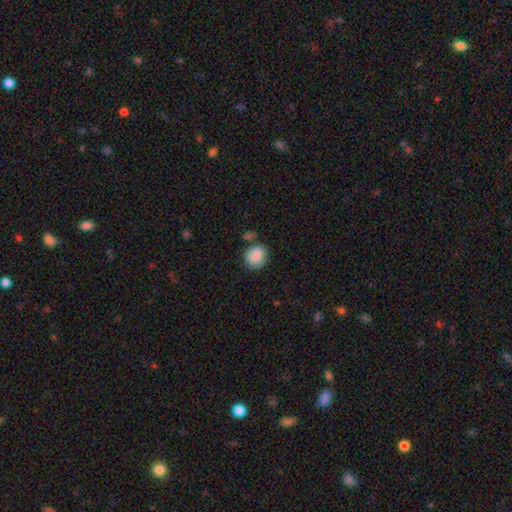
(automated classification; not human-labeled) Morphology: type=smooth (84%); roundness=round (82%); merging=none (68%).